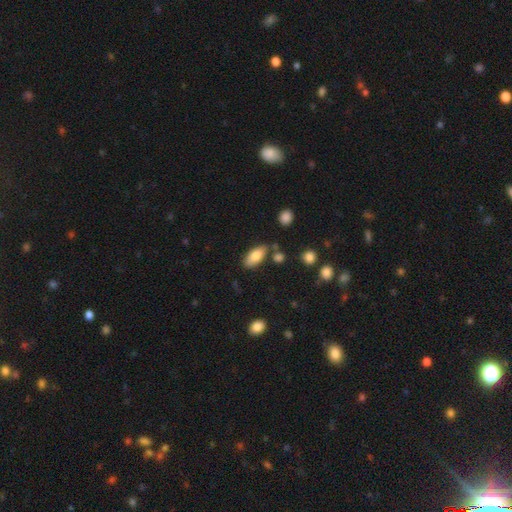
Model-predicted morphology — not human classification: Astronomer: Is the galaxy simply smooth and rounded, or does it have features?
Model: smooth — 80%.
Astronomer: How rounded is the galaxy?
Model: in between — 87%.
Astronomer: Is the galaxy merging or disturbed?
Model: none — 76%.